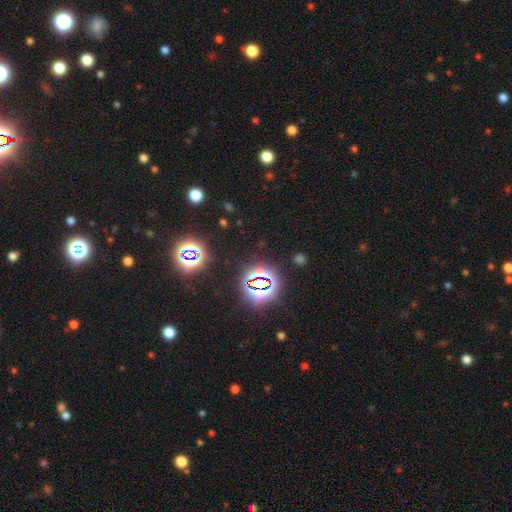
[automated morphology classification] smooth_or_featured: star or artifact (p=0.83) [alt: smooth p=0.11]